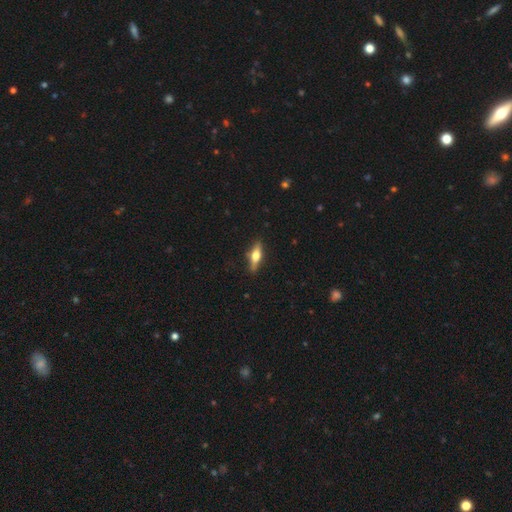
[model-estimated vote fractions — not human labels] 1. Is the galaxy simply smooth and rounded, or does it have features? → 54% featured or disk, 39% smooth, 7% star or artifact.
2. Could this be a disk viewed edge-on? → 93% yes, 7% no.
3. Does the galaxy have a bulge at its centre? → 93% rounded, 5% boxy, 2% none.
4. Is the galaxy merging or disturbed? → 86% none, 10% minor disturbance, 2% major disturbance, 1% merger.